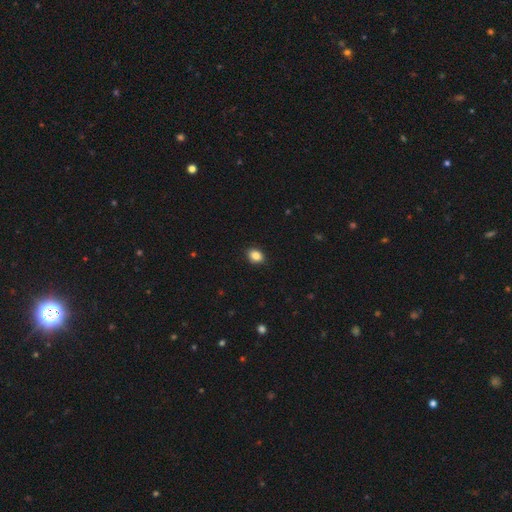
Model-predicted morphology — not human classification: smooth-or-featured: smooth: 87% | star or artifact: 9% | featured or disk: 4%
  how-rounded: in between: 64% | round: 35% | cigar-shaped: 1%
  merging: none: 90% | minor disturbance: 8% | major disturbance: 2% | merger: 1%